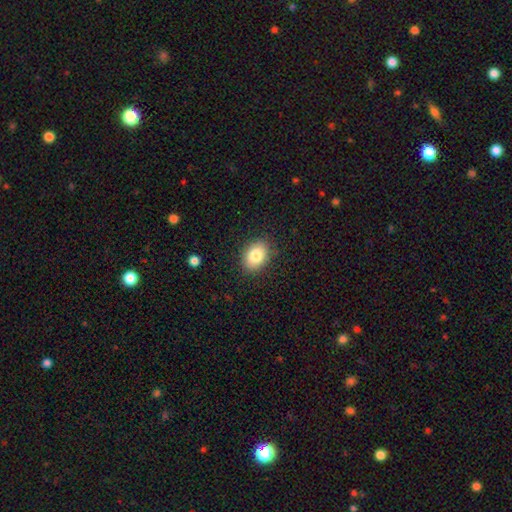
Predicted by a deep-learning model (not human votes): Q: Smooth or featured?
A: smooth (82%); runner-up: featured or disk (9%)
Q: How rounded?
A: in between (74%); runner-up: round (25%)
Q: Merging?
A: none (87%); runner-up: minor disturbance (10%)